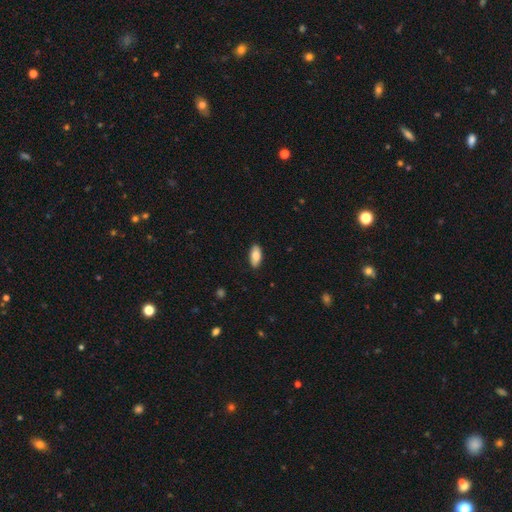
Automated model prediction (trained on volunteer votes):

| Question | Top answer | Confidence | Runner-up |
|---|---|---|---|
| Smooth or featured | smooth | 85% | featured or disk (9%) |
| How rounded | in between | 87% | cigar-shaped (11%) |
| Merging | none | 88% | minor disturbance (10%) |